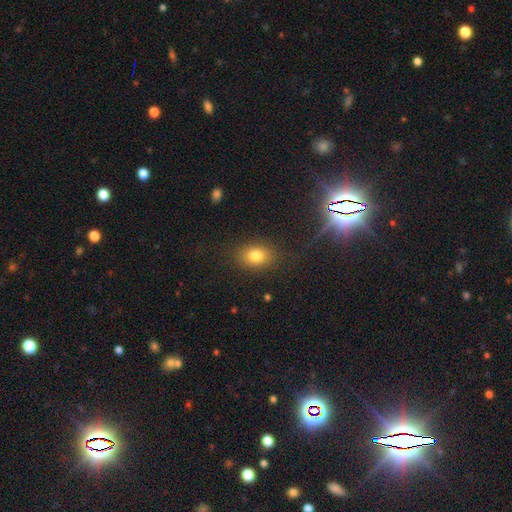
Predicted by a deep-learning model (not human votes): Smooth or featured: smooth — 78% (star or artifact — 13%)
How rounded: in between — 67% (round — 31%)
Merging: none — 84% (minor disturbance — 10%)